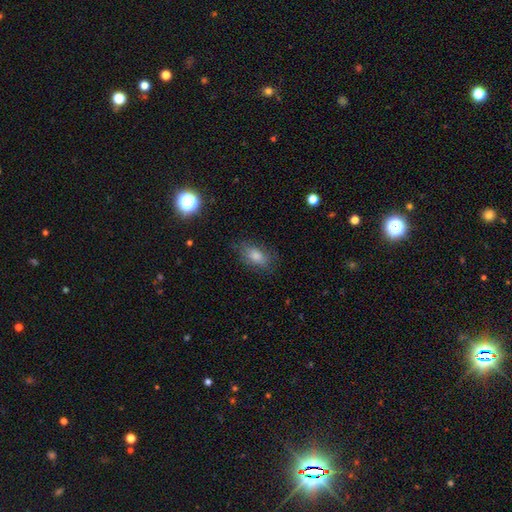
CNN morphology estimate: type=smooth (69%); roundness=in between (83%); merging=none (78%).